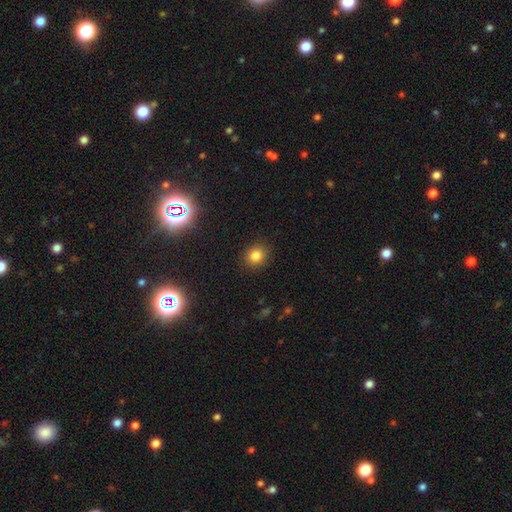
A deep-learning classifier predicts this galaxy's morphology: A smooth galaxy with no disk features (81%) that is round (79%).

Vote fractions:
- Smooth or featured? smooth: 81% / star or artifact: 13% / featured or disk: 6%
- How rounded? round: 79% / in between: 20% / cigar-shaped: 1%
- Merging? none: 89% / minor disturbance: 7% / major disturbance: 2% / merger: 1%